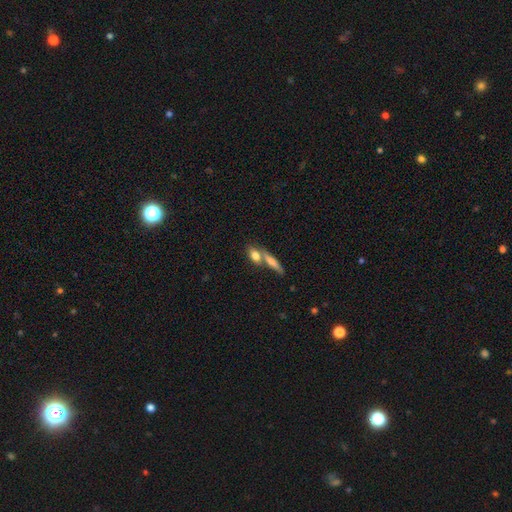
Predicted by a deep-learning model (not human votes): smooth_or_featured: smooth (p=0.71) [alt: featured or disk p=0.20]
how_rounded: in between (p=0.59) [alt: cigar-shaped p=0.28]
merging: none (p=0.48) [alt: merger p=0.39]